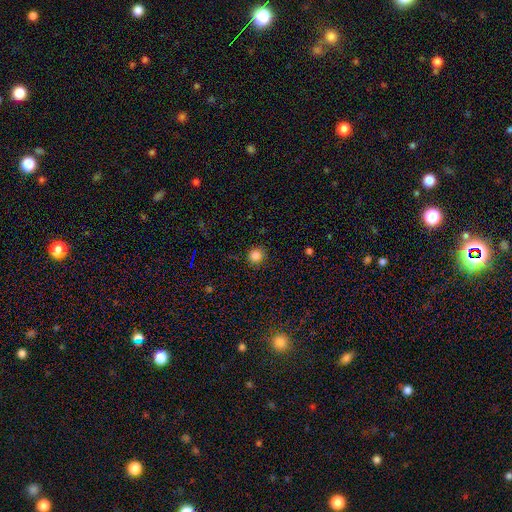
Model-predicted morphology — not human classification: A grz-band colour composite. It shows a smooth galaxy with no disk features (84%) that is round (90%). Merging: none (87%).